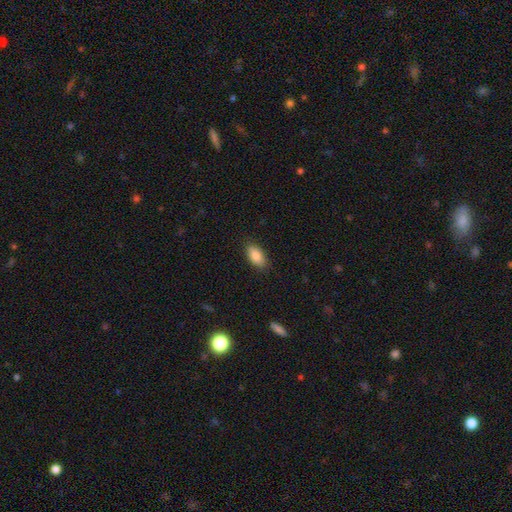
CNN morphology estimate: Smooth or featured? Predicted: smooth (p=0.88). How rounded? Predicted: in between (p=0.91). Merging? Predicted: none (p=0.86).